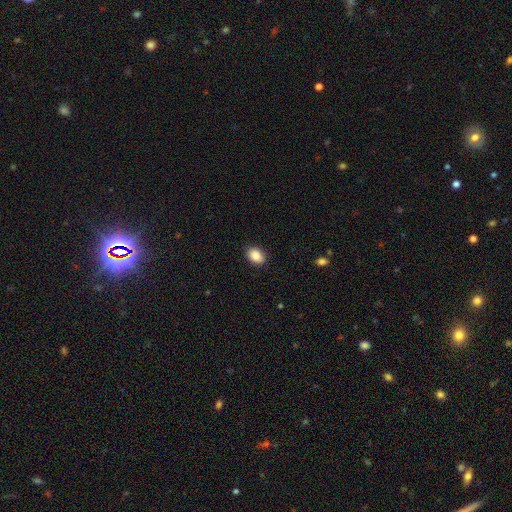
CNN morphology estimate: Smooth or featured? Predicted: smooth (p=0.89). How rounded? Predicted: in between (p=0.75). Merging? Predicted: none (p=0.88).